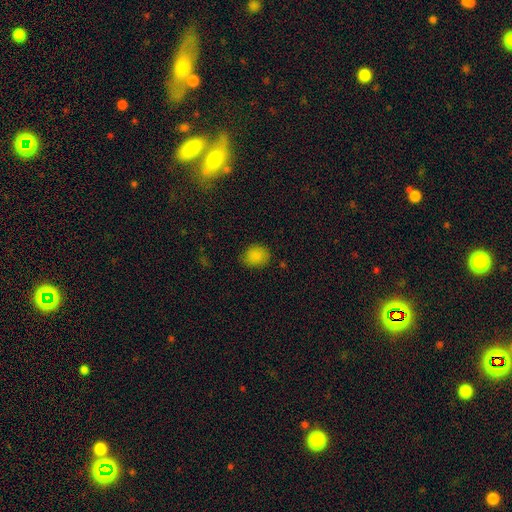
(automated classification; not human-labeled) Q: Smooth or featured?
A: smooth (85%); runner-up: star or artifact (11%)
Q: How rounded?
A: round (61%); runner-up: in between (38%)
Q: Merging?
A: none (79%); runner-up: minor disturbance (16%)